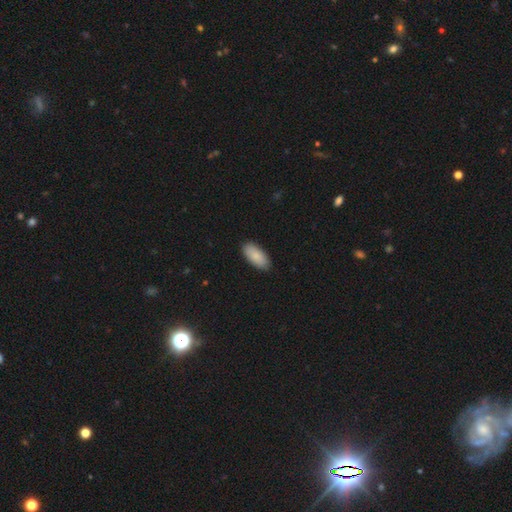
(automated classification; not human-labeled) A smooth galaxy with no disk features (87%) that is in between round and cigar-shaped (92%).

Vote fractions:
- Smooth or featured? smooth: 87% / featured or disk: 7% / star or artifact: 6%
- How rounded? in between: 92% / cigar-shaped: 6% / round: 2%
- Merging? none: 88% / minor disturbance: 9% / major disturbance: 2% / merger: 1%